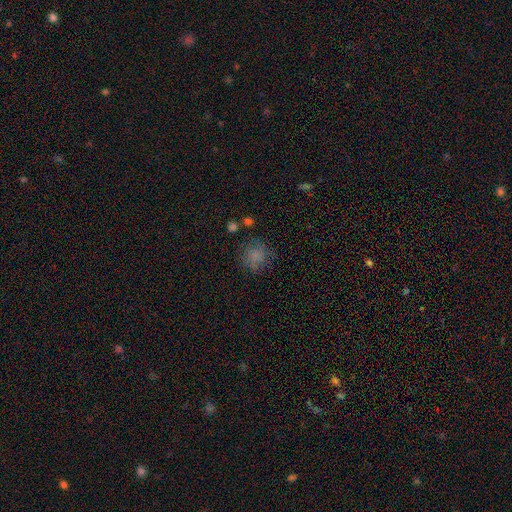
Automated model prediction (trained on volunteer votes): Smooth or featured? Predicted: smooth (p=0.78). How rounded? Predicted: round (p=0.88). Merging? Predicted: none (p=0.73).